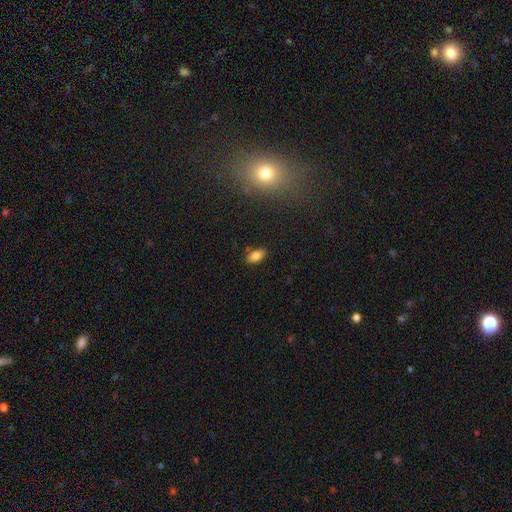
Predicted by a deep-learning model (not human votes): smooth-or-featured: smooth: 81% | star or artifact: 10% | featured or disk: 9%
  how-rounded: in between: 90% | round: 5% | cigar-shaped: 5%
  merging: none: 78% | minor disturbance: 15% | merger: 4% | major disturbance: 3%